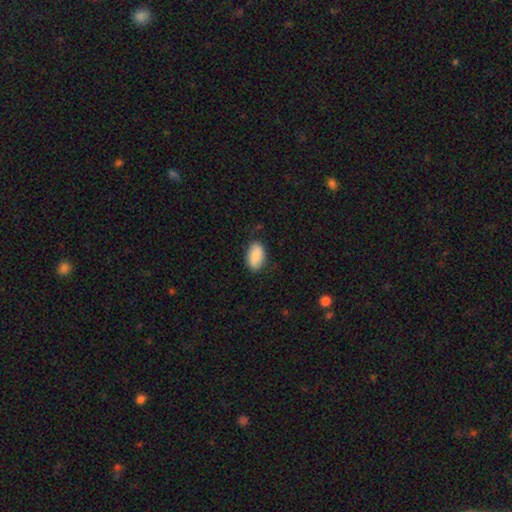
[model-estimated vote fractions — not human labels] Q: Smooth or featured?
A: smooth (86%); runner-up: featured or disk (7%)
Q: How rounded?
A: in between (93%); runner-up: round (5%)
Q: Merging?
A: none (80%); runner-up: minor disturbance (16%)